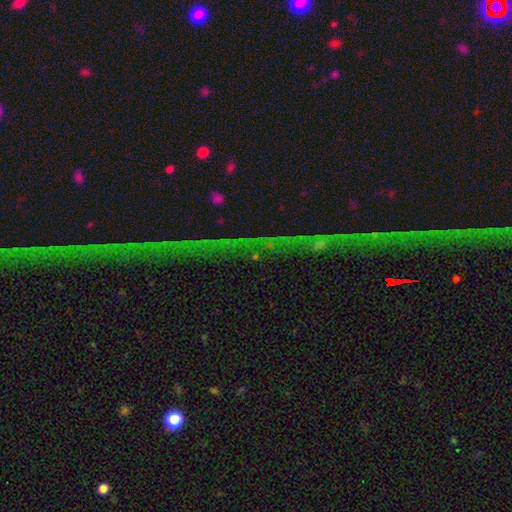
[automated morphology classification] The model was most divided on "smooth or featured": star or artifact: 71%, featured or disk: 17%, smooth: 13%.